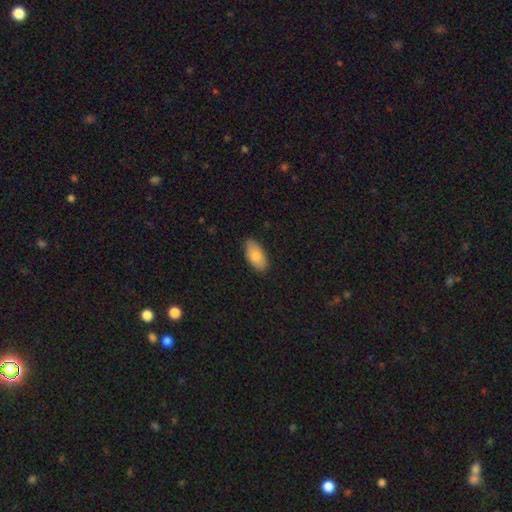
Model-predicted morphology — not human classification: Smooth or featured?
  - smooth: 81% *
  - featured or disk: 13%
  - star or artifact: 6%
How rounded?
  - in between: 93% *
  - cigar-shaped: 5%
  - round: 3%
Merging?
  - none: 86% *
  - minor disturbance: 12%
  - major disturbance: 2%
  - merger: 1%